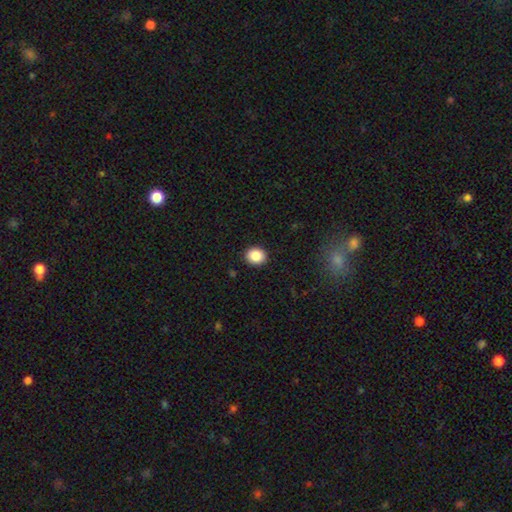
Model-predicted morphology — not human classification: Smooth or featured: smooth — 86% (star or artifact — 9%)
How rounded: round — 69% (in between — 30%)
Merging: none — 91% (minor disturbance — 6%)